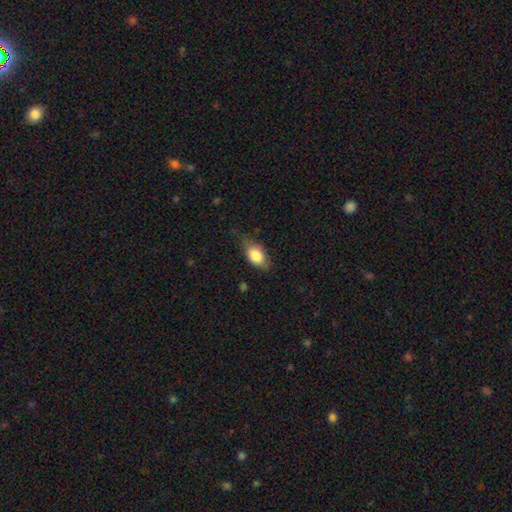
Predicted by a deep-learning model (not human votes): Smooth or featured? smooth (81%)
How rounded? in between (87%)
Merging? none (60%)